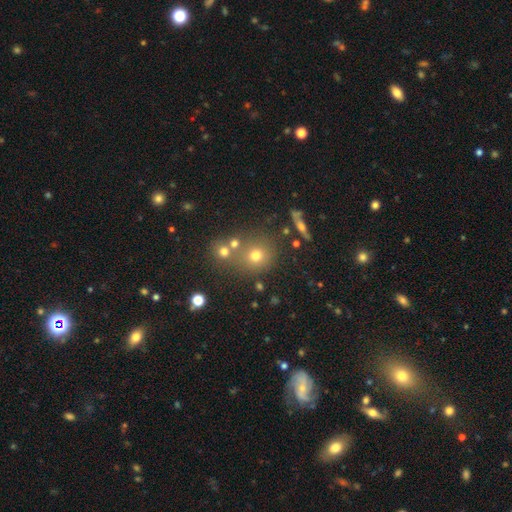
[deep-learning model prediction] Overall: smooth (64%). How rounded: round (87%). Merging: none (63%).